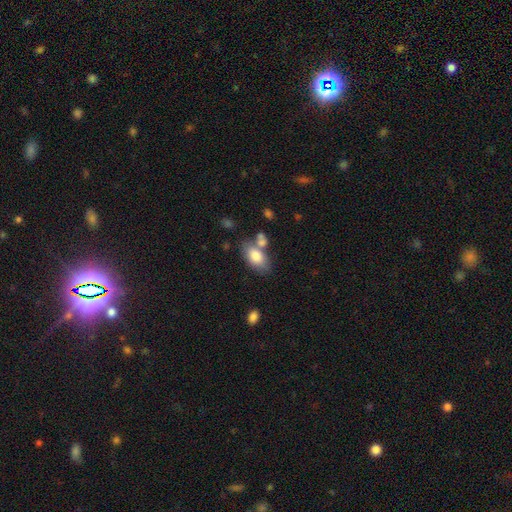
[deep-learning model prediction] Smooth or featured? smooth (79%)
How rounded? in between (91%)
Merging? none (57%)